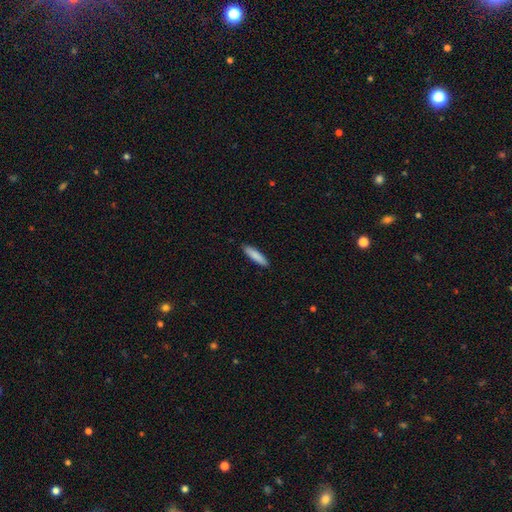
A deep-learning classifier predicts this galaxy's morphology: Smooth or featured? Predicted: smooth (p=0.86). How rounded? Predicted: cigar-shaped (p=0.79). Merging? Predicted: none (p=0.89).